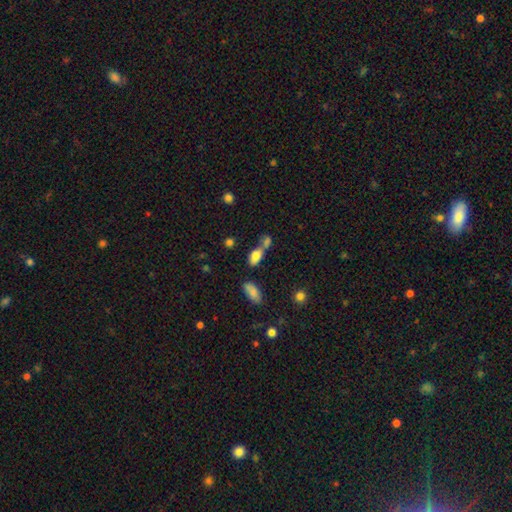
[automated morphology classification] type=smooth (79%); roundness=in between (85%); merging=merger (44%).